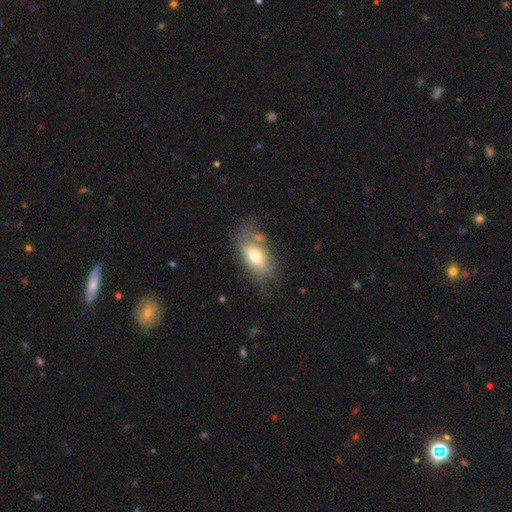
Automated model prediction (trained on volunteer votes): Q: Smooth or featured?
A: smooth (59%); runner-up: featured or disk (33%)
Q: How rounded?
A: in between (88%); runner-up: round (6%)
Q: Merging?
A: none (50%); runner-up: minor disturbance (26%)